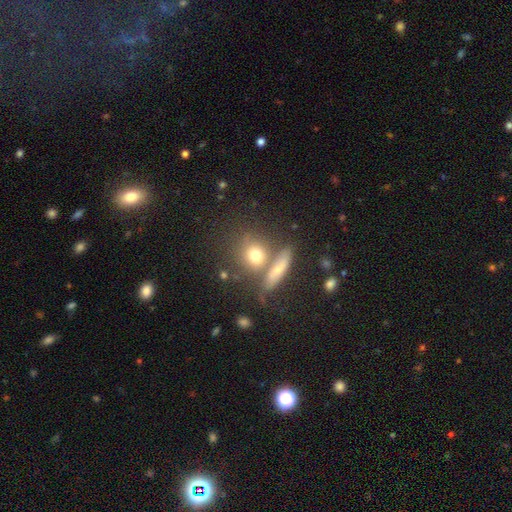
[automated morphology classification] This is likely a smooth galaxy (72%). How rounded: likely round (67%). Merging: possibly none (54%).